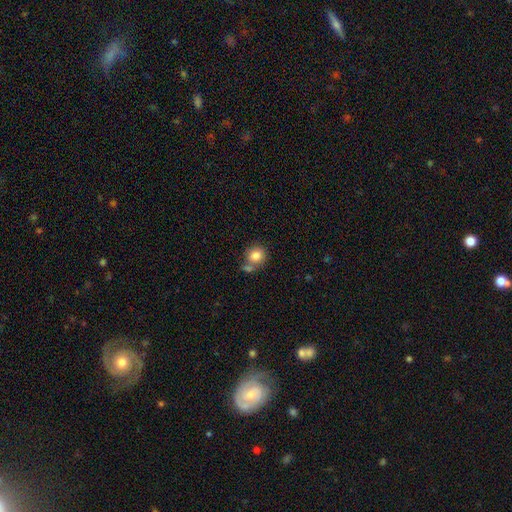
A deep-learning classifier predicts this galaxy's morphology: This is clearly a smooth galaxy (83%). How rounded: likely round (79%). Merging: possibly none (55%).